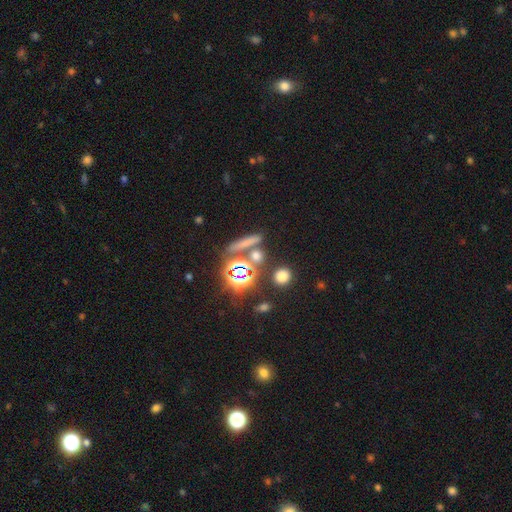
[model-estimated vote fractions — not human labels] smooth 54%, star or artifact 33%, featured or disk 13%. Down the decision tree: how rounded — round (49%); merging — none (74%).